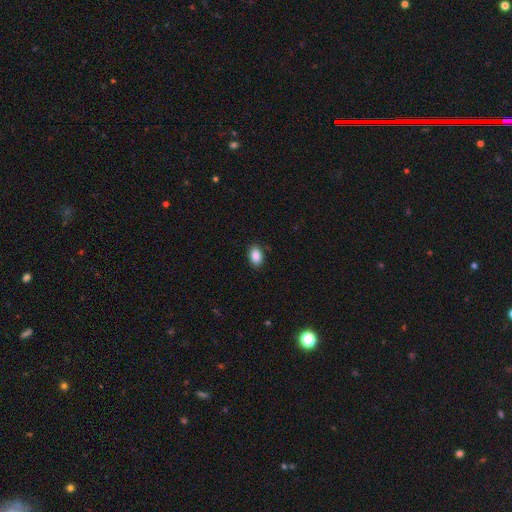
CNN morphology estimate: smooth 88%, star or artifact 8%, featured or disk 4%. Down the decision tree: how rounded — in between (88%); merging — none (87%).